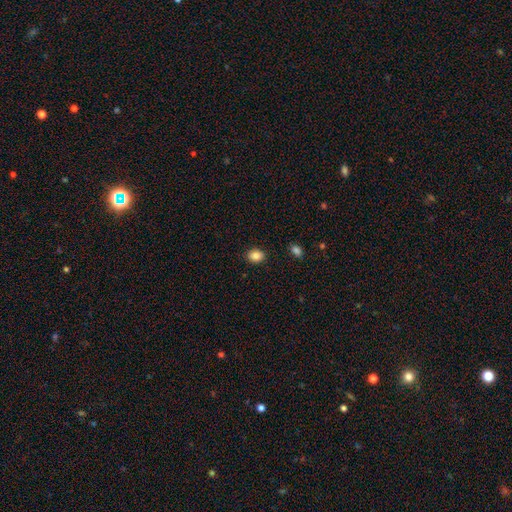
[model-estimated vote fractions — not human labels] The model was most divided on "how rounded": round: 50%, in between: 49%, cigar-shaped: 1%. More confident: merging — none (89%); smooth or featured — smooth (86%).